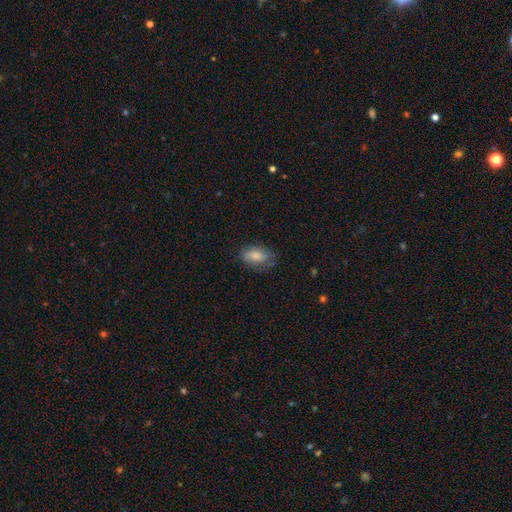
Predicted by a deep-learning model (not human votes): This is likely a smooth galaxy (77%). How rounded: clearly in between (90%). Merging: likely none (69%).